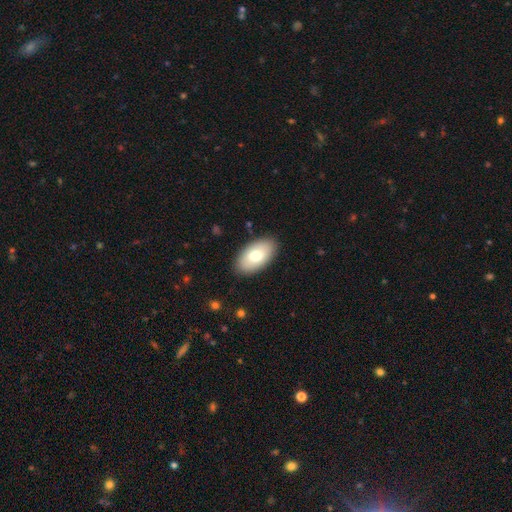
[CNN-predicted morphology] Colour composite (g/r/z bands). It shows a smooth galaxy with no disk features (75%) that is in between round and cigar-shaped (95%). Merging: none (88%).